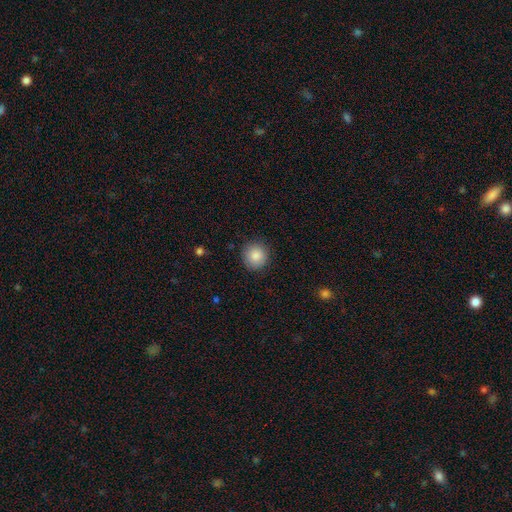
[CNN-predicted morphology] This appears to be a smooth galaxy with no disk features (87%) that is round (93%). Merging: none (89%).